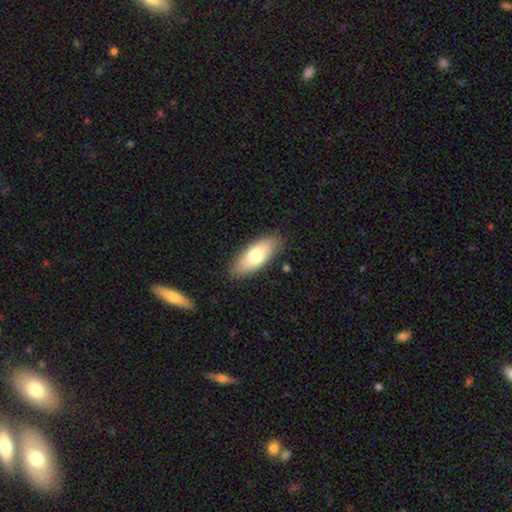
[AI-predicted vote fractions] smooth-or-featured: smooth: 72% | featured or disk: 22% | star or artifact: 6%
  how-rounded: in between: 79% | cigar-shaped: 19% | round: 2%
  merging: none: 87% | minor disturbance: 10% | major disturbance: 2% | merger: 1%